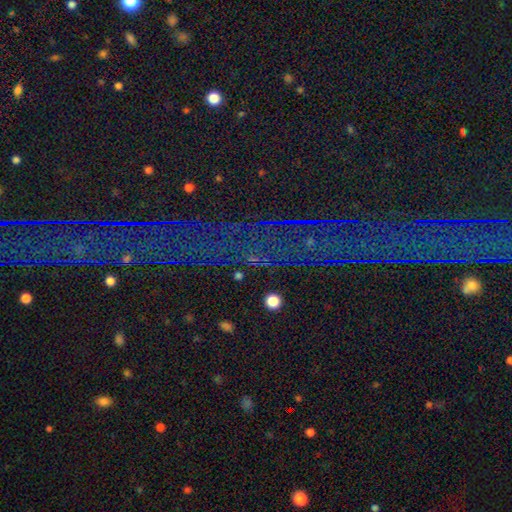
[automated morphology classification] The model was most divided on "smooth or featured": star or artifact: 83%, smooth: 9%, featured or disk: 8%.